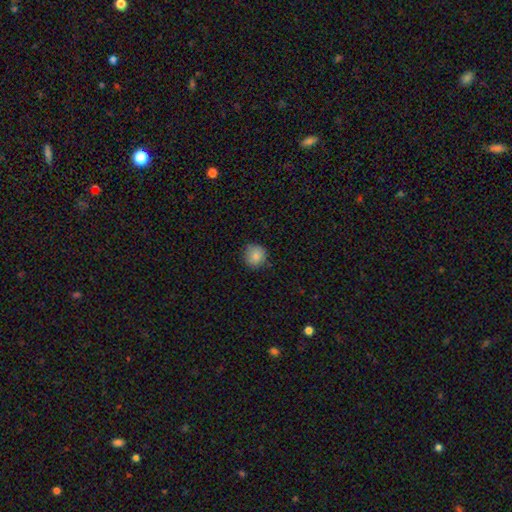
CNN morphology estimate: A smooth galaxy with no disk features (85%) that is round (90%).

Vote fractions:
- Smooth or featured? smooth: 85% / star or artifact: 9% / featured or disk: 6%
- How rounded? round: 90% / in between: 9% / cigar-shaped: 1%
- Merging? none: 80% / minor disturbance: 16% / major disturbance: 3% / merger: 1%